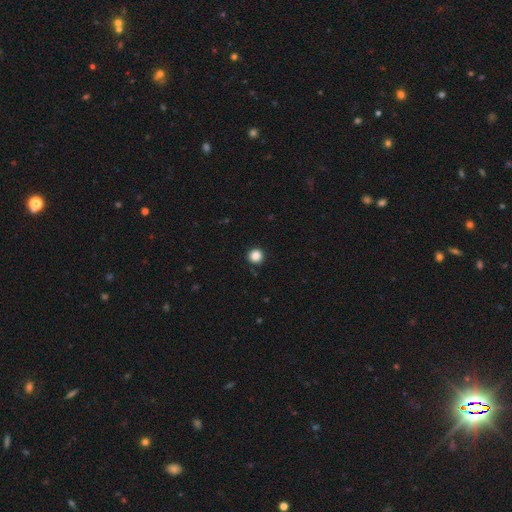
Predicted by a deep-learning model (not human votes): This appears to be a smooth galaxy with no disk features (86%) that is round (95%). Merging: none (92%).